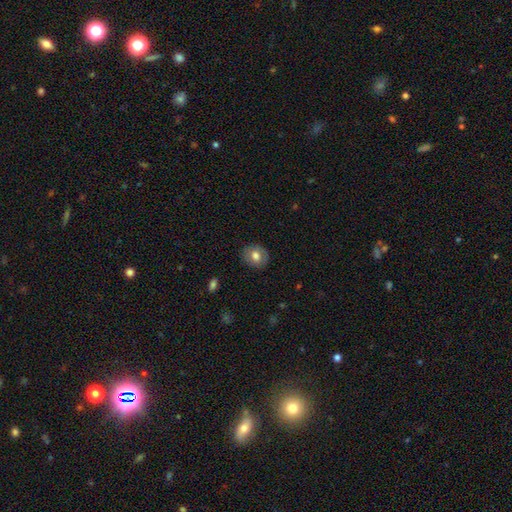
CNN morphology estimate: smooth 71%, featured or disk 21%, star or artifact 8%. Down the decision tree: how rounded — round (70%); merging — none (85%).